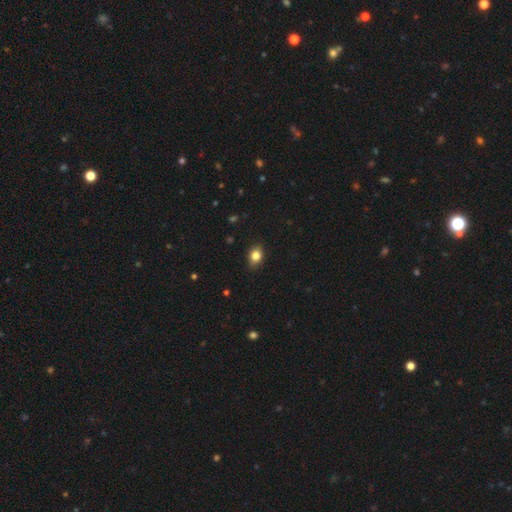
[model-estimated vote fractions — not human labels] Morphology: type=smooth (83%); roundness=in between (68%); merging=none (85%).